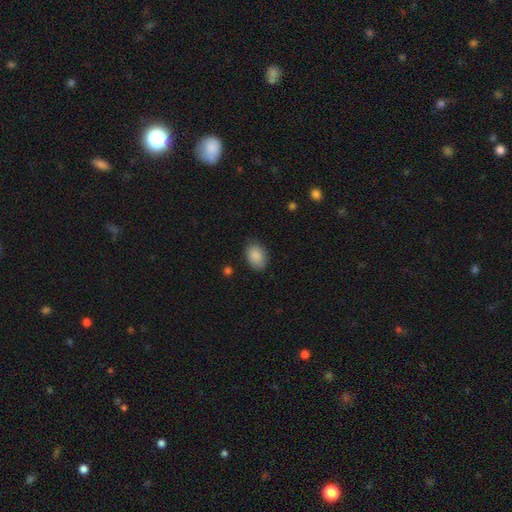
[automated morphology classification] This appears to be a smooth galaxy with no disk features (88%) that is in between round and cigar-shaped (84%). Merging: none (82%).